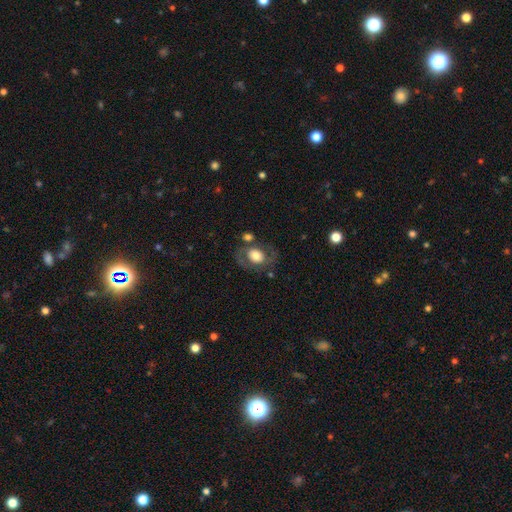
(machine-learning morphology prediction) Smooth or featured? smooth (50%)
How rounded? in between (59%)
Merging? none (62%)